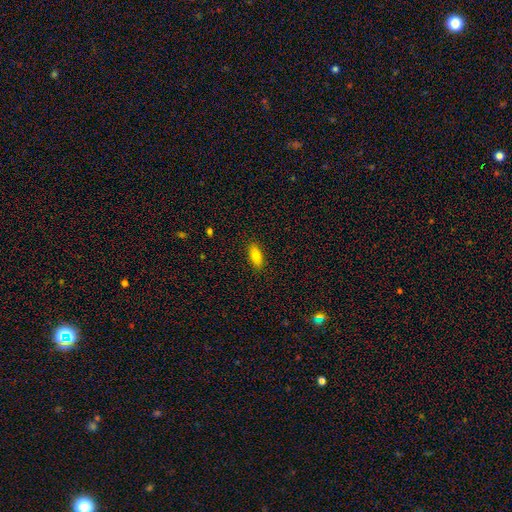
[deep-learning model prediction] Smooth or featured? Predicted: smooth (p=0.82). How rounded? Predicted: in between (p=0.80). Merging? Predicted: none (p=0.89).